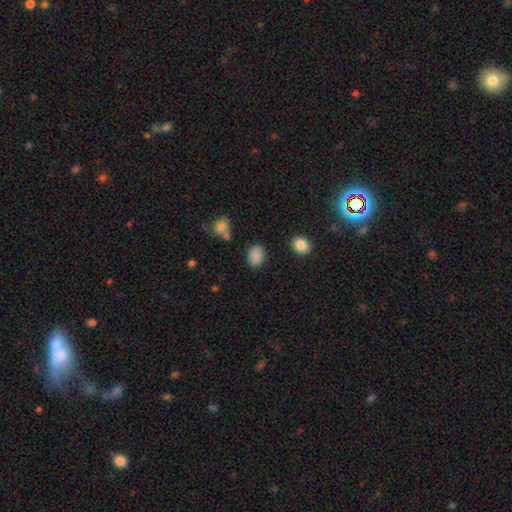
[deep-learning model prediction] Morphology: type=smooth (87%); roundness=in between (68%); merging=none (80%).